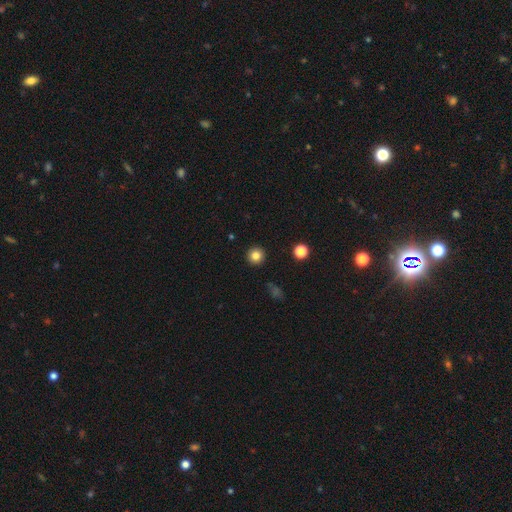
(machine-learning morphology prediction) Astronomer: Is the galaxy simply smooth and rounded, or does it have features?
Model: smooth — 83%.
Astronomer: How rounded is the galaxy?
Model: round — 96%.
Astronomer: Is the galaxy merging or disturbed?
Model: none — 92%.